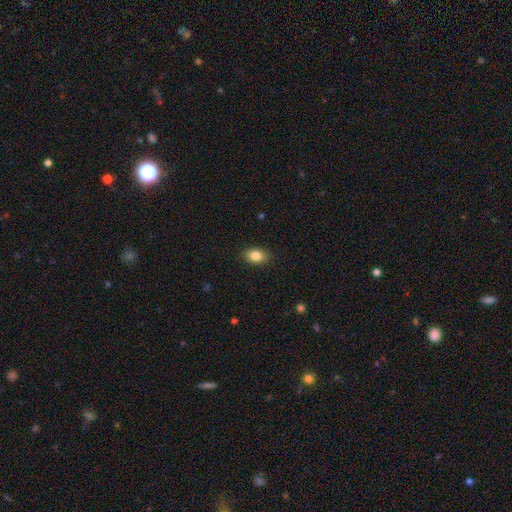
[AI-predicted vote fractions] smooth-or-featured: smooth: 85% | star or artifact: 8% | featured or disk: 7%
  how-rounded: in between: 81% | round: 17% | cigar-shaped: 1%
  merging: none: 88% | minor disturbance: 9% | major disturbance: 2% | merger: 1%